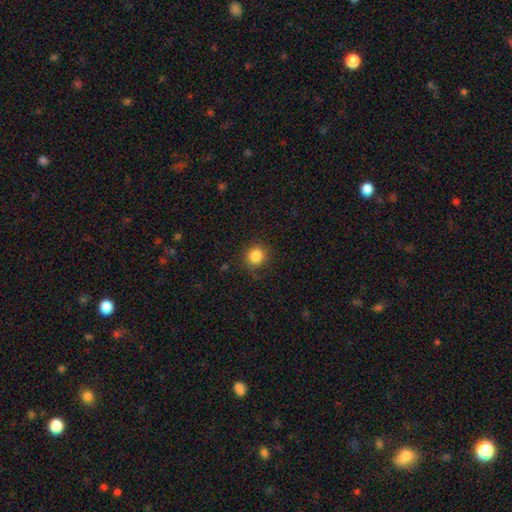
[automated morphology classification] Q: Smooth or featured?
A: smooth (85%); runner-up: star or artifact (11%)
Q: How rounded?
A: round (85%); runner-up: in between (14%)
Q: Merging?
A: none (87%); runner-up: minor disturbance (9%)